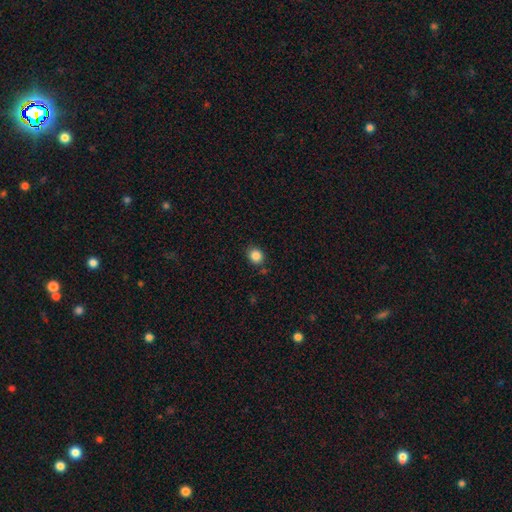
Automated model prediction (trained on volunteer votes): A smooth galaxy with no disk features (86%) that is round (74%).

Vote fractions:
- Smooth or featured? smooth: 86% / star or artifact: 10% / featured or disk: 4%
- How rounded? round: 74% / in between: 25% / cigar-shaped: 1%
- Merging? none: 83% / minor disturbance: 11% / merger: 4% / major disturbance: 3%